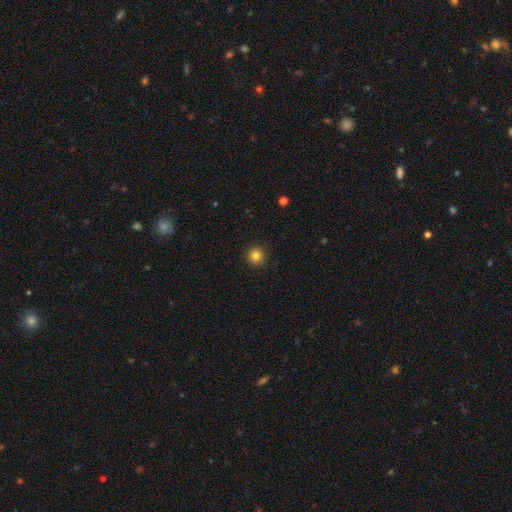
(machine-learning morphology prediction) A smooth galaxy with no disk features (83%) that is round (95%).

Vote fractions:
- Smooth or featured? smooth: 83% / star or artifact: 12% / featured or disk: 5%
- How rounded? round: 95% / in between: 4% / cigar-shaped: 1%
- Merging? none: 93% / minor disturbance: 5% / major disturbance: 2% / merger: 1%